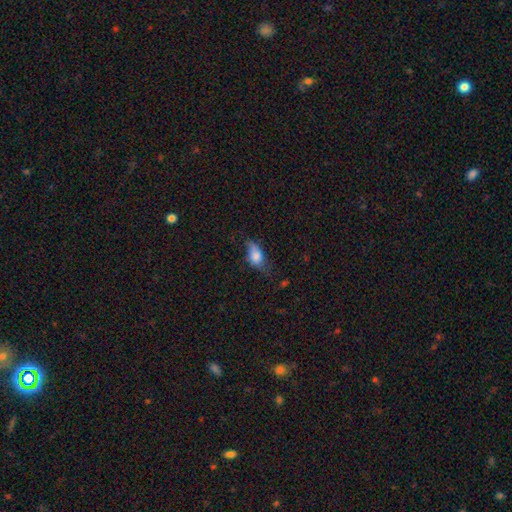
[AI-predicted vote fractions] smooth_or_featured: smooth (p=0.73) [alt: featured or disk p=0.18]
how_rounded: in between (p=0.85) [alt: round p=0.08]
merging: none (p=0.41) [alt: minor disturbance p=0.37]